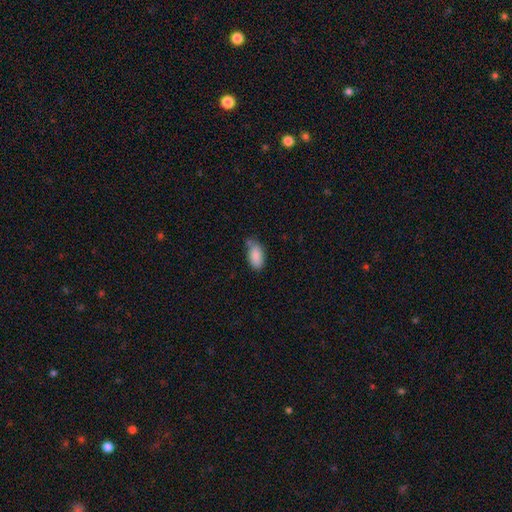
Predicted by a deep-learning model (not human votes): This is clearly a smooth galaxy (87%). How rounded: clearly in between (93%). Merging: likely none (62%).